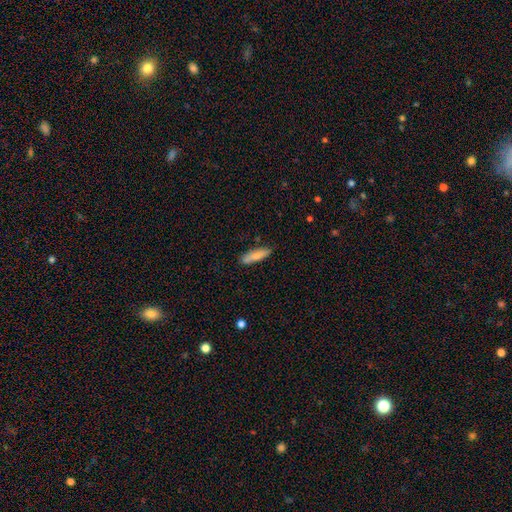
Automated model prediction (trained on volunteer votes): smooth 80%, featured or disk 14%, star or artifact 6%. Down the decision tree: how rounded — cigar-shaped (68%); merging — none (80%).